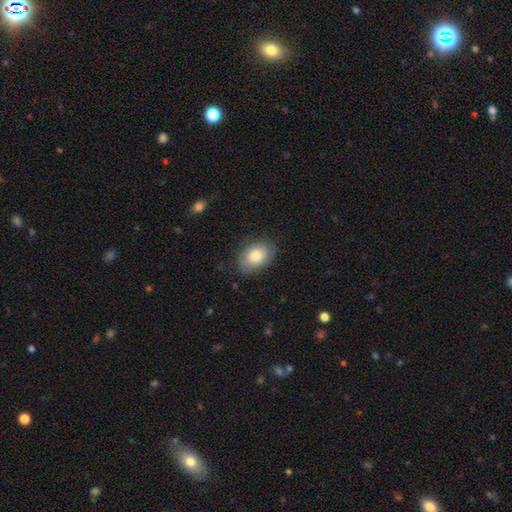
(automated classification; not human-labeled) Smooth or featured? Predicted: smooth (p=0.79). How rounded? Predicted: in between (p=0.81). Merging? Predicted: none (p=0.79).